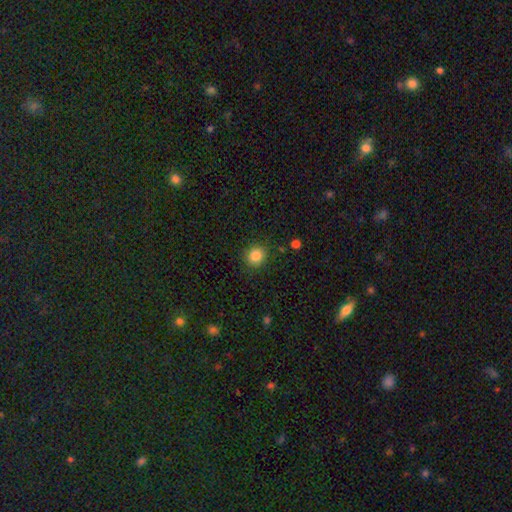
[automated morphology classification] This is clearly a smooth galaxy (85%). How rounded: clearly round (84%). Merging: clearly none (88%).